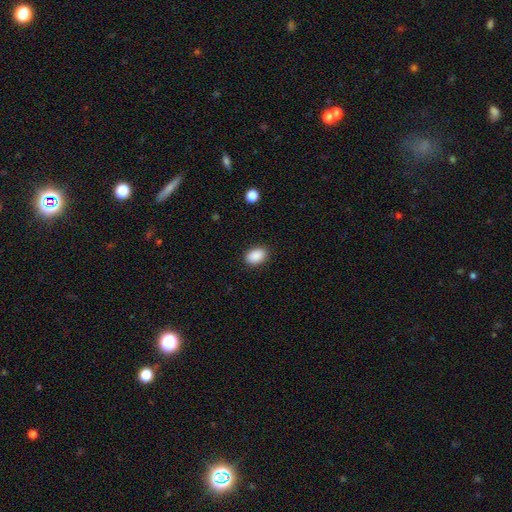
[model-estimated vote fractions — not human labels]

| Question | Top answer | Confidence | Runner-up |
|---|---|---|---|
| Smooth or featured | smooth | 90% | star or artifact (8%) |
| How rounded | in between | 84% | round (15%) |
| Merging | none | 89% | minor disturbance (8%) |